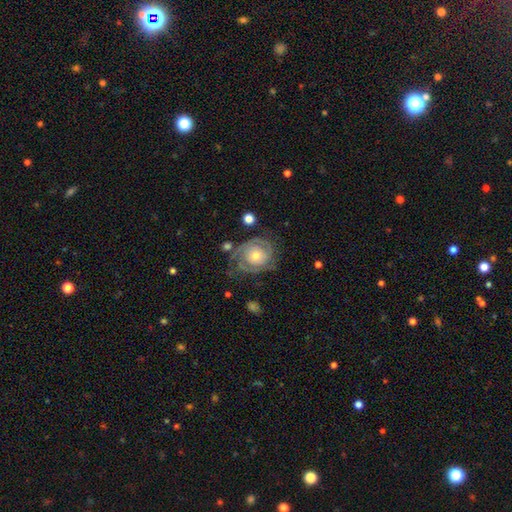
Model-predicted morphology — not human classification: Smooth or featured: featured or disk — 81% (smooth — 13%)
Edge-on disk: no — 97% (yes — 3%)
Bar: no — 80% (weak — 16%)
Spiral arms: yes — 92% (no — 8%)
Spiral winding: tight — 69% (medium — 24%)
Spiral arm count: 2 — 34% (can't tell — 28%)
Bulge size: moderate — 56% (small — 37%)
Merging: none — 63% (minor disturbance — 21%)